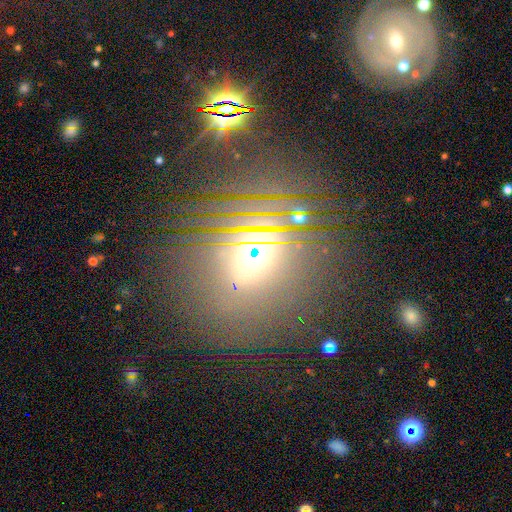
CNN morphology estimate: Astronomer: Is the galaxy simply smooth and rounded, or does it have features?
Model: star or artifact — 48% (runner-up: smooth, 36%).